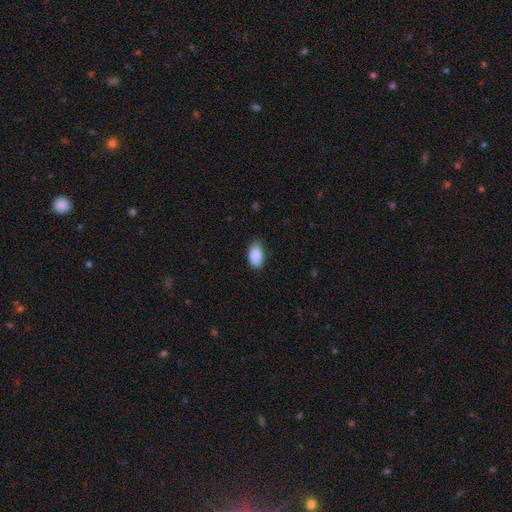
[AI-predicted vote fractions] smooth-or-featured: smooth: 89% | star or artifact: 7% | featured or disk: 5%
  how-rounded: in between: 93% | round: 5% | cigar-shaped: 2%
  merging: none: 80% | minor disturbance: 17% | major disturbance: 3% | merger: 1%